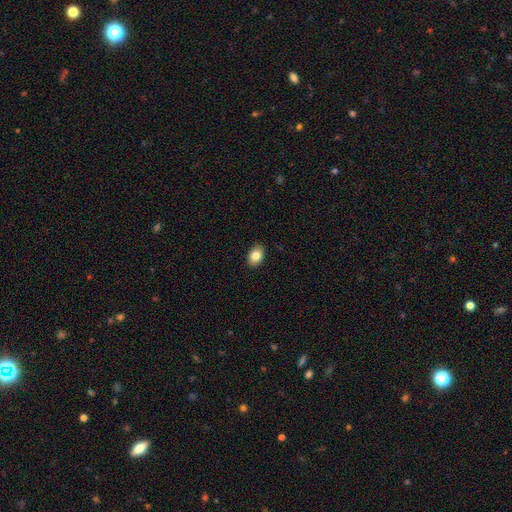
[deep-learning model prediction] A smooth galaxy with no disk features (84%) that is in between round and cigar-shaped (83%). Merging: none (89%).